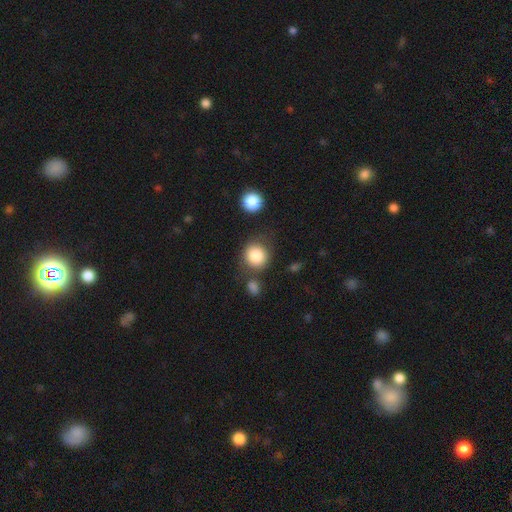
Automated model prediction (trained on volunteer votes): A smooth galaxy with no disk features (85%) that is round (88%).

Vote fractions:
- Smooth or featured? smooth: 85% / star or artifact: 9% / featured or disk: 6%
- How rounded? round: 88% / in between: 11% / cigar-shaped: 1%
- Merging? none: 71% / minor disturbance: 13% / merger: 11% / major disturbance: 5%